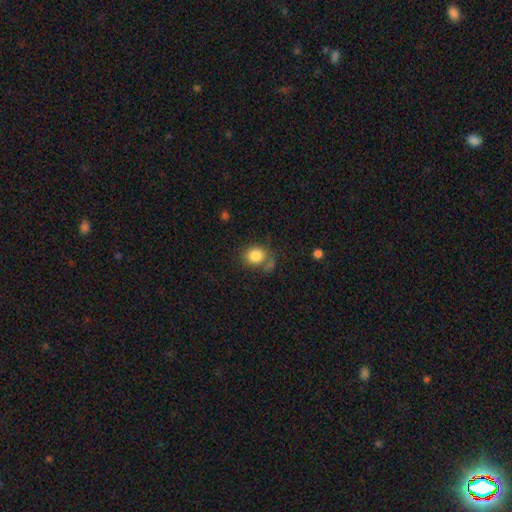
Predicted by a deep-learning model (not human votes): This is clearly a smooth galaxy (84%). How rounded: likely round (66%). Merging: likely none (61%).